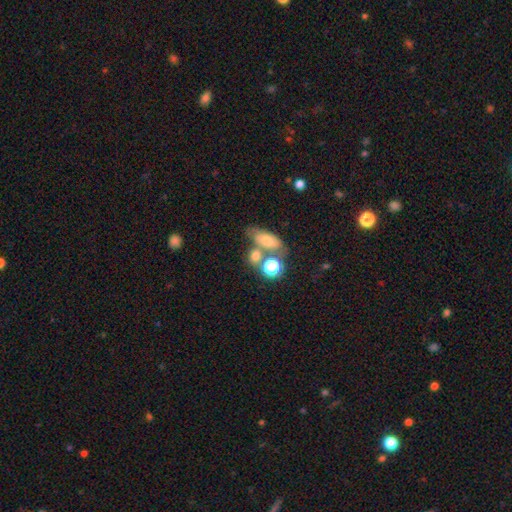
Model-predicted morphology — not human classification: The model was most divided on "merging": none: 44%, merger: 36%, minor disturbance: 13%, major disturbance: 7%. More confident: smooth or featured — smooth (69%); how rounded — in between (54%).